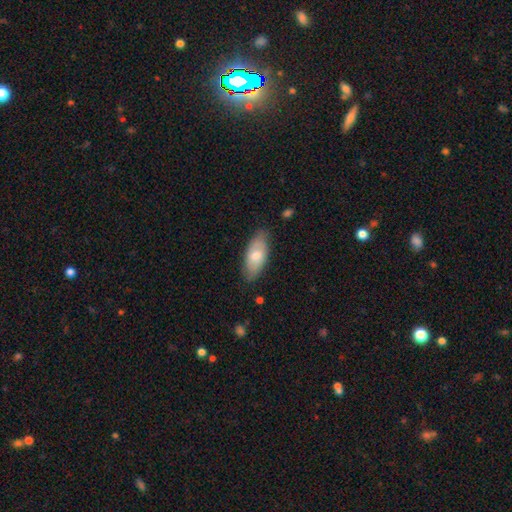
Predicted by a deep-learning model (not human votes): The model was most divided on "smooth or featured": smooth: 70%, featured or disk: 24%, star or artifact: 6%. More confident: how rounded — in between (87%); merging — none (81%).